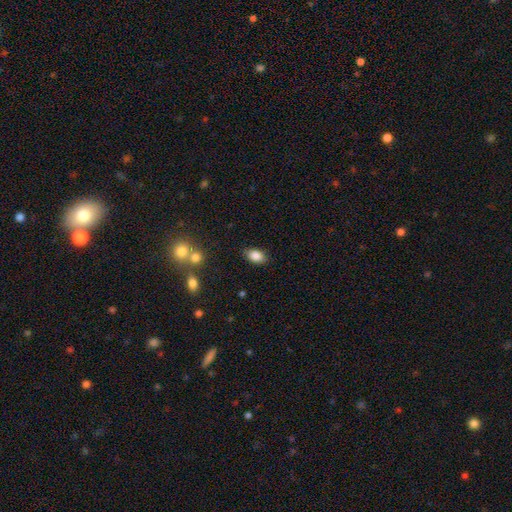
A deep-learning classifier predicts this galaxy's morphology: The model was most divided on "merging": none: 85%, minor disturbance: 10%, major disturbance: 2%, merger: 2%. More confident: how rounded — in between (88%); smooth or featured — smooth (85%).